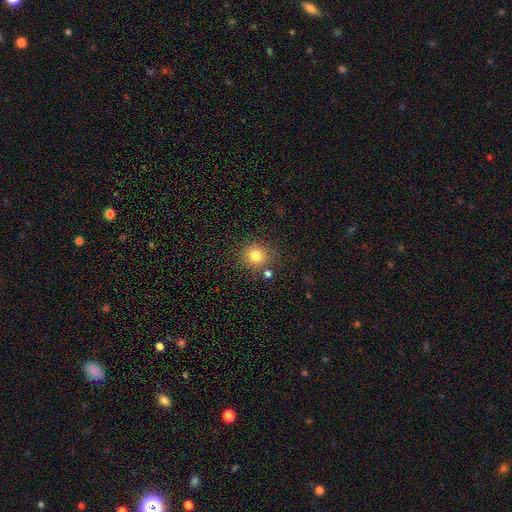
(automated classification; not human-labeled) Smooth or featured?
  - smooth: 81% *
  - star or artifact: 12%
  - featured or disk: 6%
How rounded?
  - round: 90% *
  - in between: 9%
  - cigar-shaped: 1%
Merging?
  - none: 80% *
  - minor disturbance: 10%
  - merger: 8%
  - major disturbance: 3%